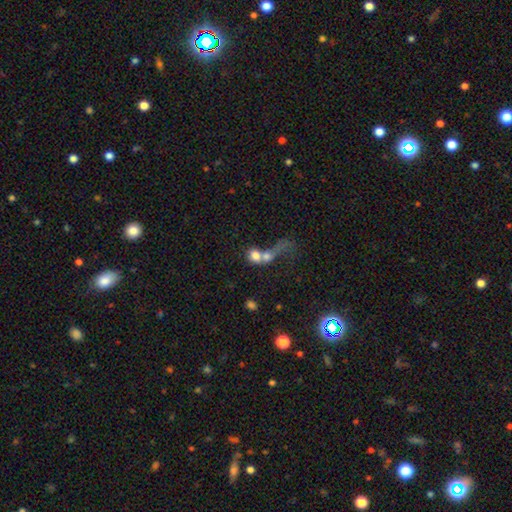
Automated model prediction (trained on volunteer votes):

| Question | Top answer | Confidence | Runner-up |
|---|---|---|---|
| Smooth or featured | smooth | 65% | featured or disk (23%) |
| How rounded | round | 55% | in between (41%) |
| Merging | merger | 67% | major disturbance (16%) |